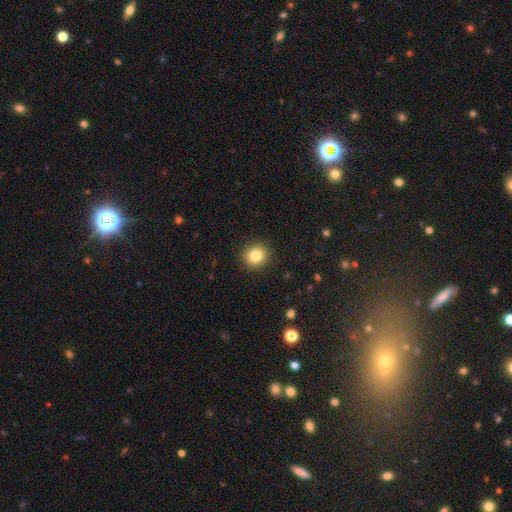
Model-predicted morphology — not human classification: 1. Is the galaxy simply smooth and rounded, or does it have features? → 83% smooth, 11% star or artifact, 6% featured or disk.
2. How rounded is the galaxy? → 90% round, 9% in between, 1% cigar-shaped.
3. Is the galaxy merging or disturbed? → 92% none, 5% minor disturbance, 2% major disturbance, 1% merger.